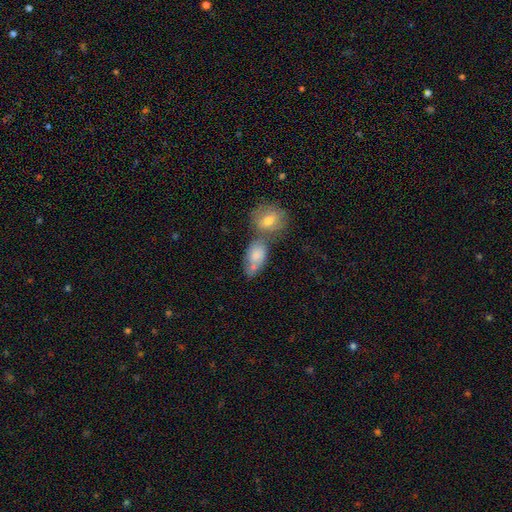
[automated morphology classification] This is likely a smooth galaxy (76%). How rounded: clearly in between (84%). Merging: possibly merger (48%).